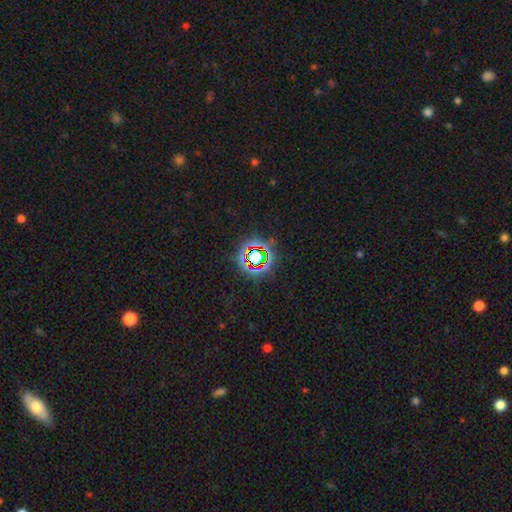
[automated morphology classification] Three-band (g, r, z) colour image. It shows a star or artifact, not a galaxy (72%).